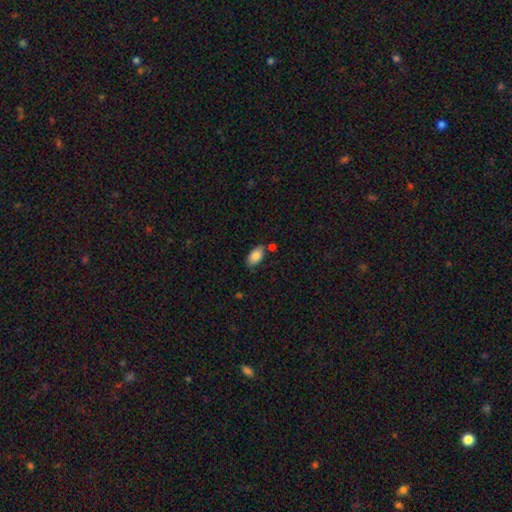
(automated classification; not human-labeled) This is clearly a smooth galaxy (83%). How rounded: clearly in between (94%). Merging: likely none (74%).